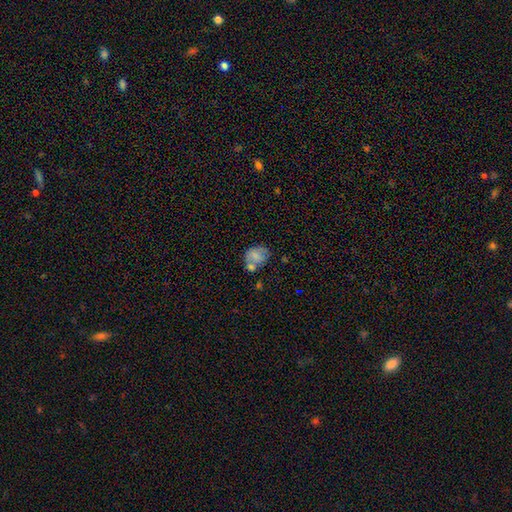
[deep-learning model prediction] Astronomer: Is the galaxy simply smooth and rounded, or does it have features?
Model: smooth — 72%.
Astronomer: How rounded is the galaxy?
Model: in between — 53% (runner-up: round, 46%).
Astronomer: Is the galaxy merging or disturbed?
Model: none — 41% (runner-up: merger, 29%).